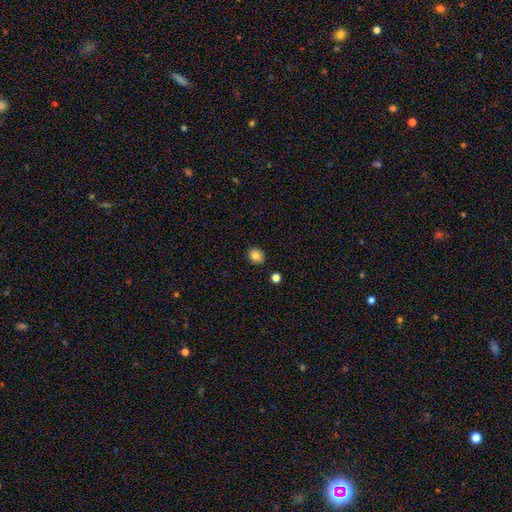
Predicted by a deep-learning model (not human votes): This appears to be a smooth galaxy with no disk features (84%) that is round (59%). Merging: none (89%).